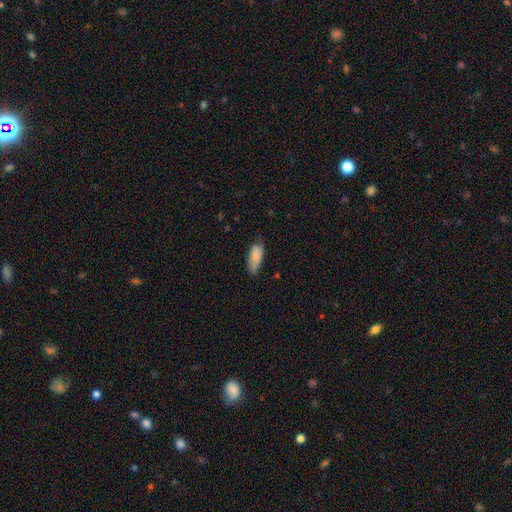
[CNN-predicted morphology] Smooth or featured? Predicted: smooth (p=0.84). How rounded? Predicted: in between (p=0.80). Merging? Predicted: none (p=0.61).